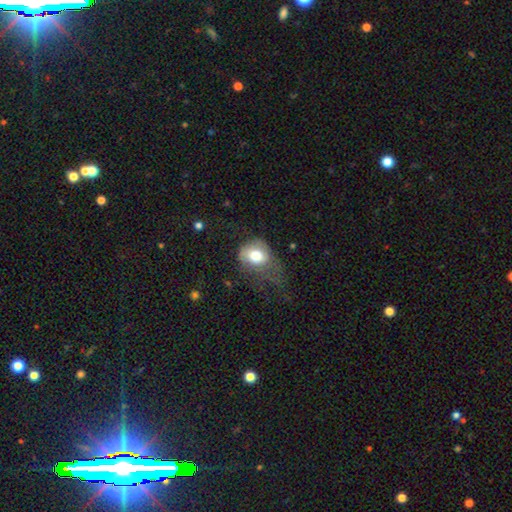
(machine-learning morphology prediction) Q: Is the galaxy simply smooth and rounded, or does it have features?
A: smooth — 72%.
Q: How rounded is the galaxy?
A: round — 53%.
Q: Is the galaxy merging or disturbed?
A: major disturbance — 42%.